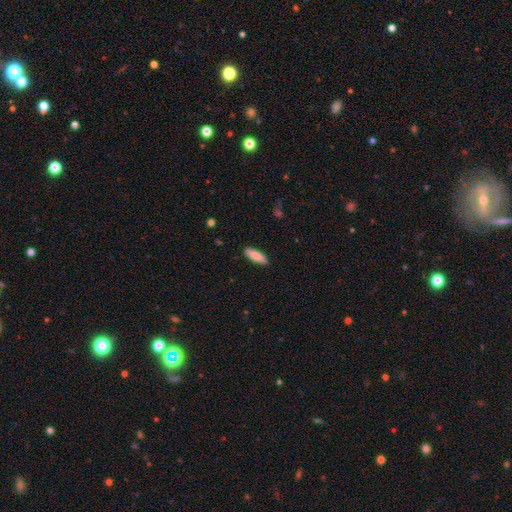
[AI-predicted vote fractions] This is clearly a smooth galaxy (83%). How rounded: possibly in between (50%). Merging: clearly none (89%).